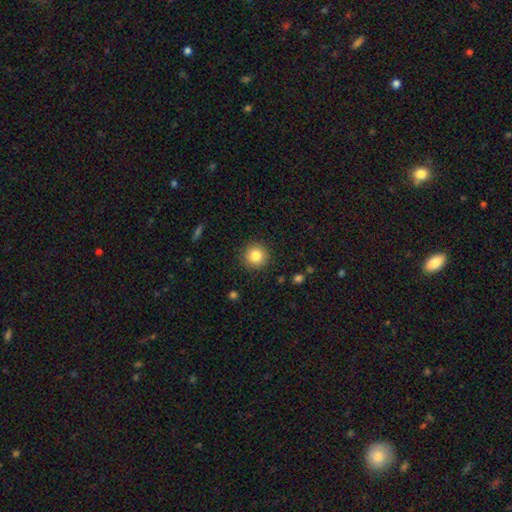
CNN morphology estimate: A smooth galaxy with no disk features (84%) that is round (95%).

Vote fractions:
- Smooth or featured? smooth: 84% / star or artifact: 10% / featured or disk: 6%
- How rounded? round: 95% / in between: 4% / cigar-shaped: 1%
- Merging? none: 91% / minor disturbance: 6% / major disturbance: 2% / merger: 1%